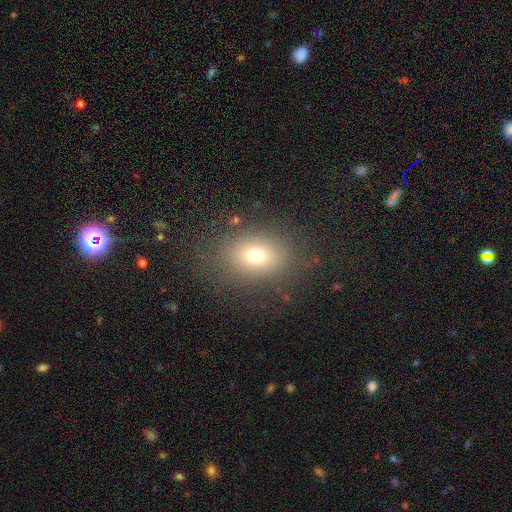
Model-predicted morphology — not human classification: smooth 70%, star or artifact 16%, featured or disk 14%. Down the decision tree: how rounded — in between (56%); merging — none (79%).